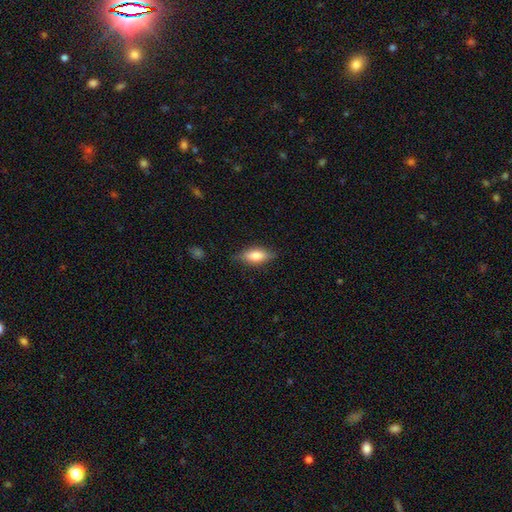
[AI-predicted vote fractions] smooth_or_featured: smooth (p=0.69) [alt: featured or disk p=0.24]
how_rounded: in between (p=0.77) [alt: cigar-shaped p=0.19]
merging: none (p=0.77) [alt: minor disturbance p=0.18]